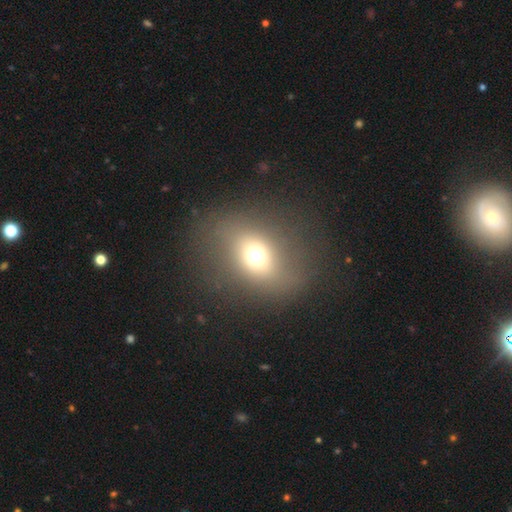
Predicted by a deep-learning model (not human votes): Smooth or featured? Predicted: smooth (p=0.64). How rounded? Predicted: in between (p=0.50). Merging? Predicted: none (p=0.78).